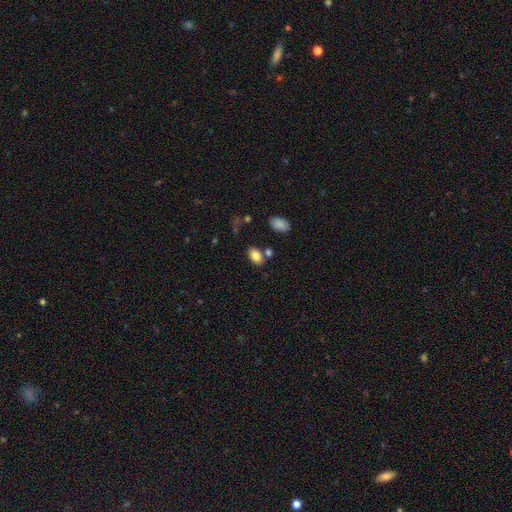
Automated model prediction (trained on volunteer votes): Morphology: type=smooth (84%); roundness=in between (88%); merging=none (70%).